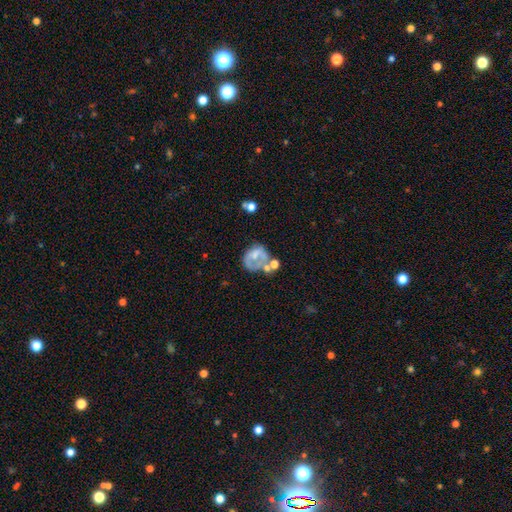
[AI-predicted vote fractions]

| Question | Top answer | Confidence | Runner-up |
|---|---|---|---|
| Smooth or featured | featured or disk | 48% | smooth (42%) |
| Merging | none | 32% | major disturbance (26%) |